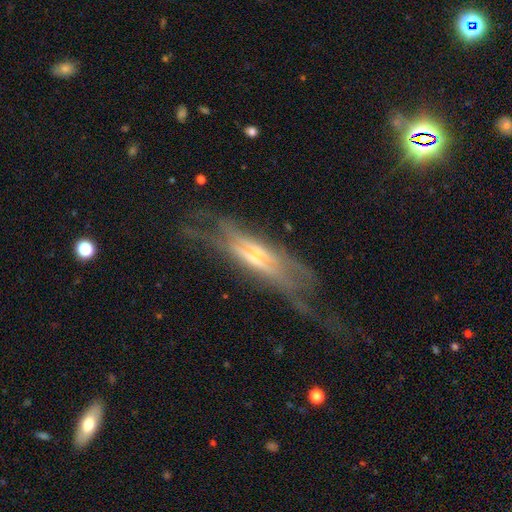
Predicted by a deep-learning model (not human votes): Smooth or featured? featured or disk (78%)
Edge-on disk? yes (83%)
Edge-on bulge? rounded (63%)
Merging? none (52%)